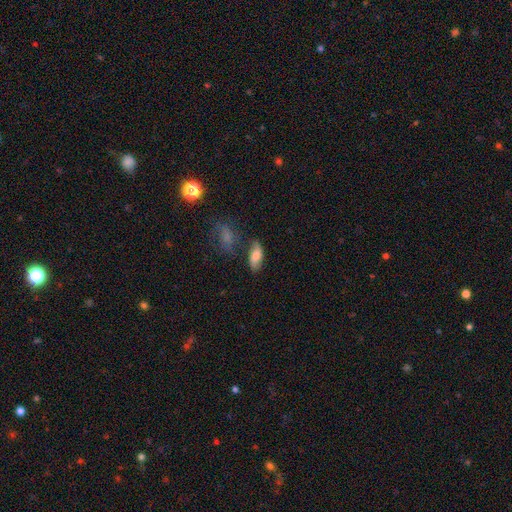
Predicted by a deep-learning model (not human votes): Smooth or featured? Predicted: smooth (p=0.69). How rounded? Predicted: in between (p=0.86). Merging? Predicted: none (p=0.66).